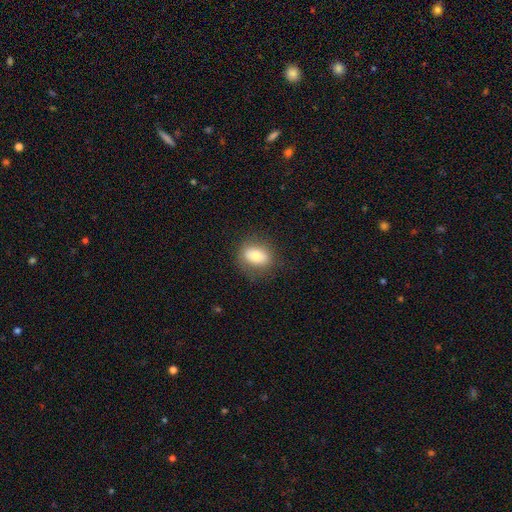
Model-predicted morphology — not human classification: smooth 72%, featured or disk 19%, star or artifact 9%. Down the decision tree: how rounded — in between (70%); merging — none (77%).